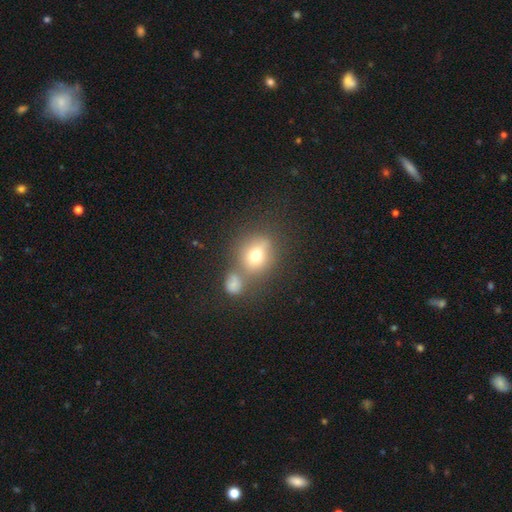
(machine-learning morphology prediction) Overall: smooth (69%). How rounded: round (67%; in between 31%). Merging: none (51%; merger 30%).